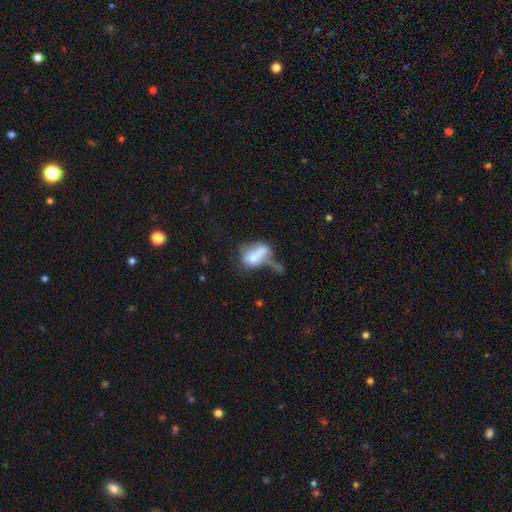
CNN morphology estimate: This appears to be a smooth galaxy with no disk features (59%) that is in between round and cigar-shaped (81%). Merging: major disturbance (38%).